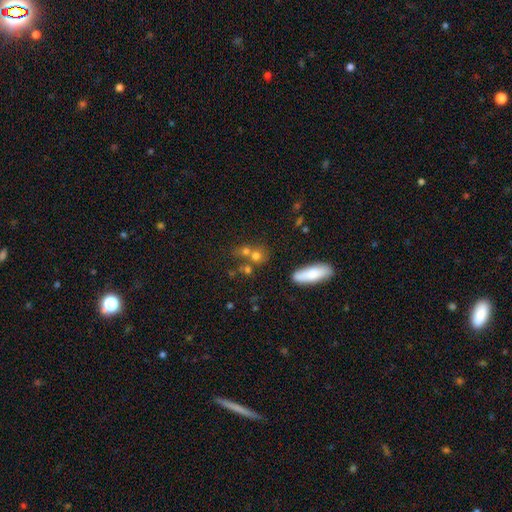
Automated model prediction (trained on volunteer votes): This is likely a smooth galaxy (68%). How rounded: likely round (72%). Merging: marginally merger (43%, tied with none).